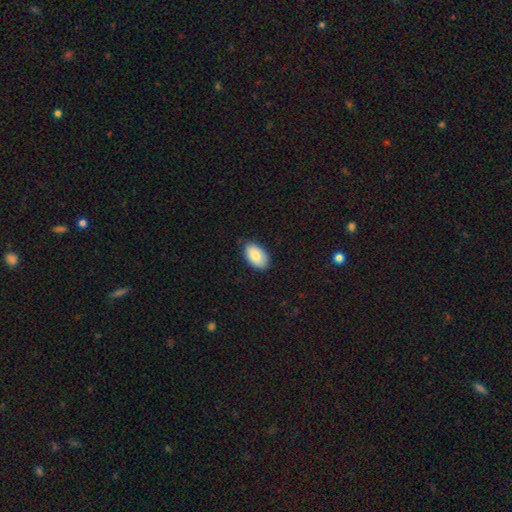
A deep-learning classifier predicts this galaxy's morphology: Smooth or featured?
  - smooth: 84% *
  - featured or disk: 10%
  - star or artifact: 6%
How rounded?
  - in between: 95% *
  - round: 4%
  - cigar-shaped: 1%
Merging?
  - none: 81% *
  - minor disturbance: 16%
  - major disturbance: 2%
  - merger: 1%